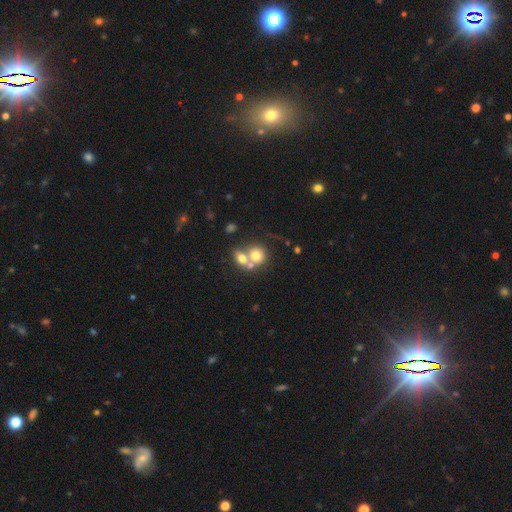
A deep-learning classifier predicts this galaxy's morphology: The model was most divided on "merging": merger: 59%, none: 30%, minor disturbance: 7%, major disturbance: 4%. More confident: how rounded — round (75%); smooth or featured — smooth (68%).